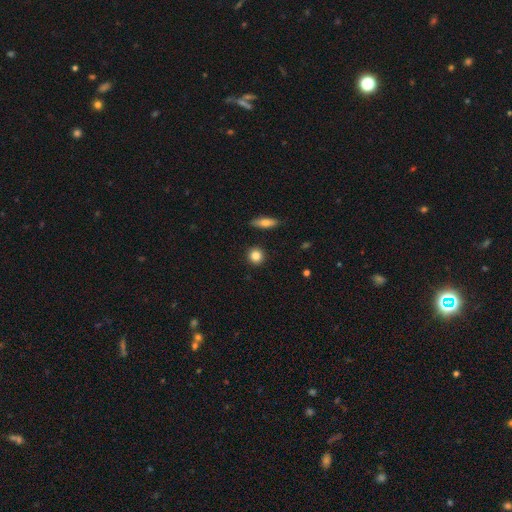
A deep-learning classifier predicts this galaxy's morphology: This is clearly a smooth galaxy (85%). How rounded: clearly round (90%). Merging: clearly none (91%).